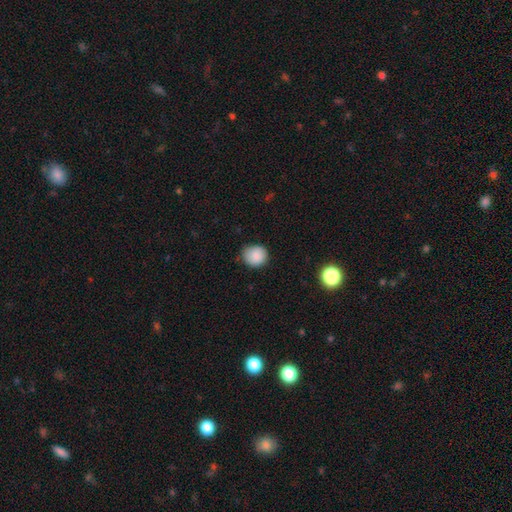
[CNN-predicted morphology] Q: Smooth or featured?
A: smooth (86%); runner-up: star or artifact (9%)
Q: How rounded?
A: round (82%); runner-up: in between (17%)
Q: Merging?
A: none (78%); runner-up: minor disturbance (18%)